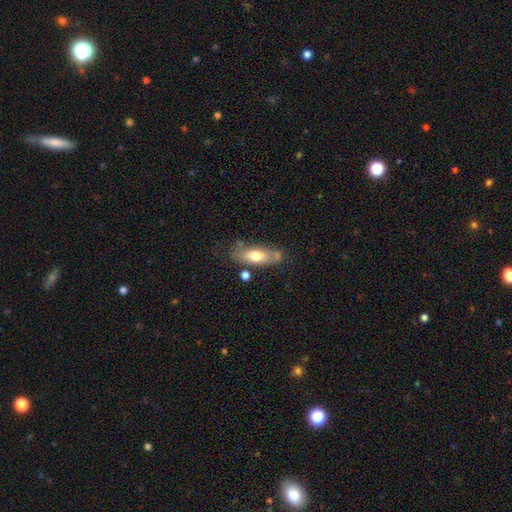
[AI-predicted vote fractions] Morphology: type=smooth (62%); roundness=in between (73%); merging=none (57%).